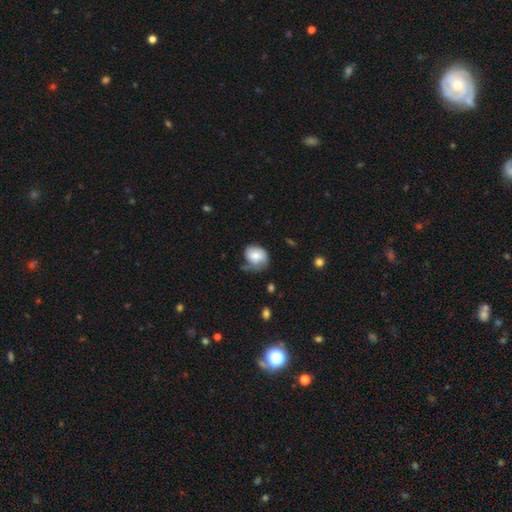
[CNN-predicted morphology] smooth-or-featured: smooth: 68% | featured or disk: 24% | star or artifact: 8%
  how-rounded: round: 50% | in between: 49% | cigar-shaped: 1%
  merging: none: 42% | minor disturbance: 36% | major disturbance: 16% | merger: 5%